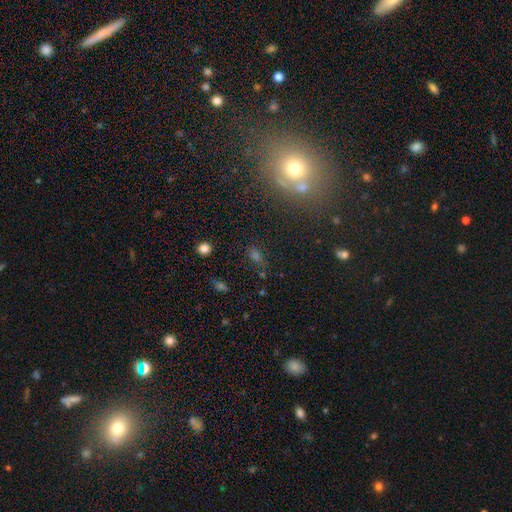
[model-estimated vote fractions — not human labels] Overall: smooth (49%; star or artifact 38%). Merging: none (68%).